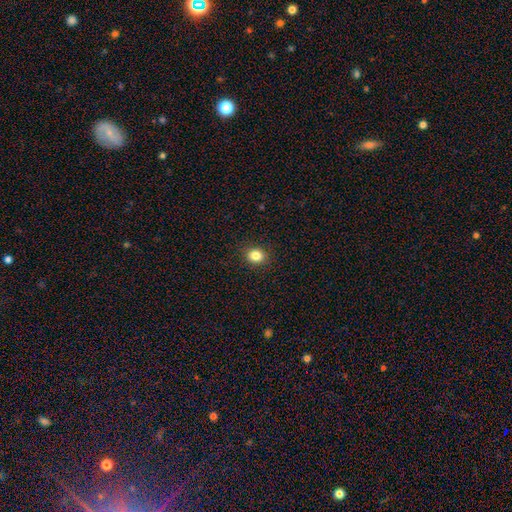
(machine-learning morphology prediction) smooth 84%, star or artifact 11%, featured or disk 5%. Down the decision tree: how rounded — round (68%); merging — none (90%).